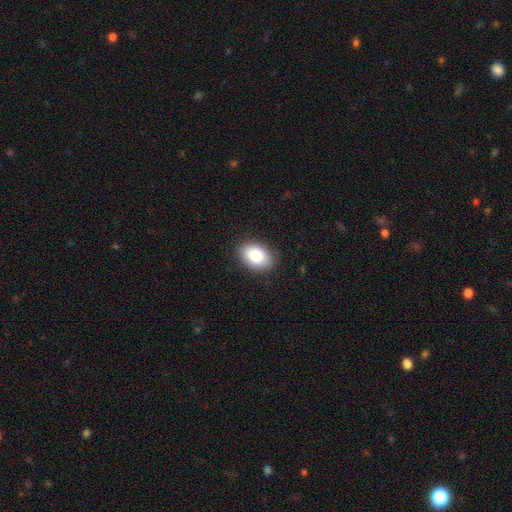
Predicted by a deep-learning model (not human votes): This appears to be a smooth galaxy with no disk features (84%) that is in between round and cigar-shaped (84%). Merging: none (88%).